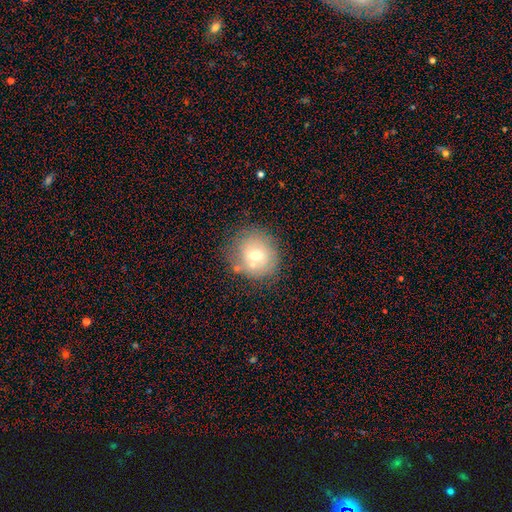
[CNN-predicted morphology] Overall: smooth (63%; featured or disk 25%). How rounded: round (84%). Merging: none (66%).